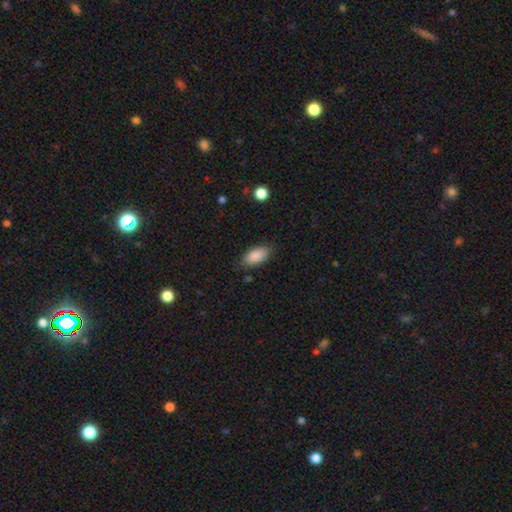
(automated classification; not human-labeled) A smooth galaxy with no disk features (88%) that is in between round and cigar-shaped (92%). Merging: none (80%).